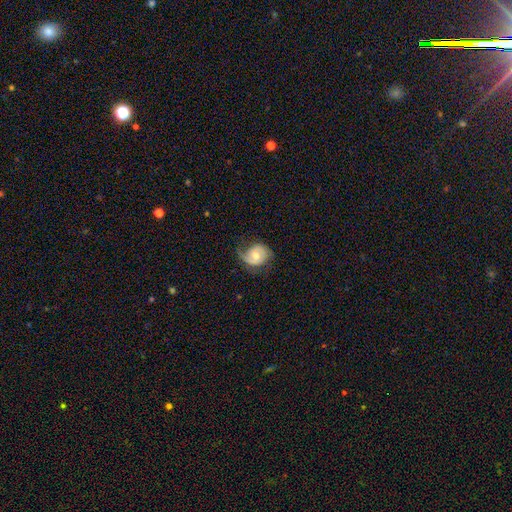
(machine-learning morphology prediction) featured or disk 69%, smooth 25%, star or artifact 6%. Down the decision tree: edge-on disk — no (97%); bar — no (67%); spiral arms — yes (89%); spiral arm count — 2 (56%); spiral winding — medium (39%); bulge size — moderate (68%); merging — none (57%).